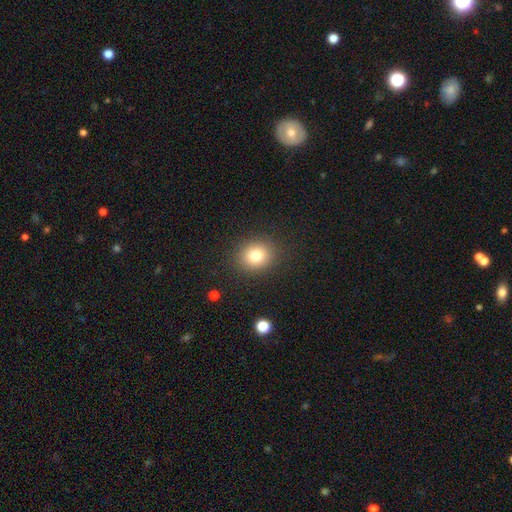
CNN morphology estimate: smooth_or_featured: smooth (p=0.79) [alt: star or artifact p=0.12]
how_rounded: round (p=0.71) [alt: in between p=0.28]
merging: none (p=0.88) [alt: minor disturbance p=0.08]